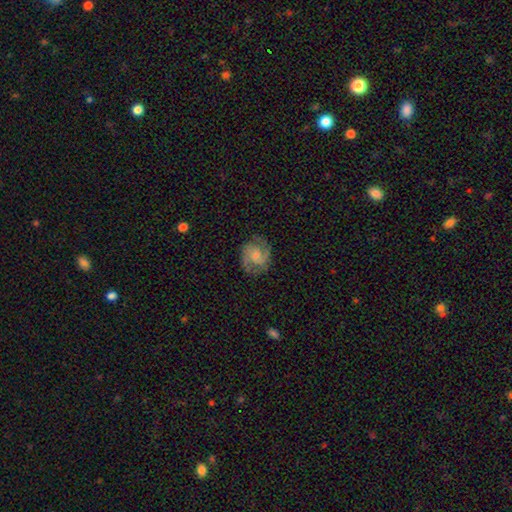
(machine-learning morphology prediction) Smooth or featured?
  - featured or disk: 80% *
  - smooth: 14%
  - star or artifact: 6%
Edge-on disk?
  - no: 98% *
  - yes: 2%
Bar?
  - no: 57% *
  - weak: 37%
  - strong: 5%
Spiral arms?
  - yes: 96% *
  - no: 4%
Spiral winding?
  - medium: 52% *
  - tight: 35%
  - loose: 13%
Spiral arm count?
  - 2: 85% *
  - can't tell: 5%
  - 3: 5%
  - 1: 2%
  - 4: 2%
  - more than 4: 1%
Bulge size?
  - small: 36% *
  - moderate: 32%
  - none: 23%
  - large: 7%
  - dominant: 1%
Merging?
  - none: 78% *
  - minor disturbance: 15%
  - major disturbance: 6%
  - merger: 1%